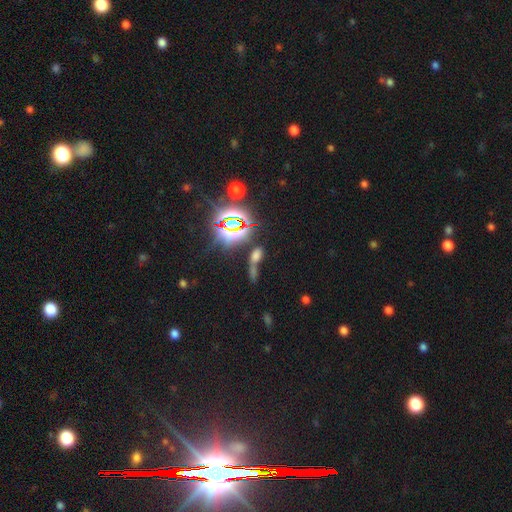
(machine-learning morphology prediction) smooth 45%, star or artifact 42%, featured or disk 13%. Down the decision tree: merging — merger (40%).